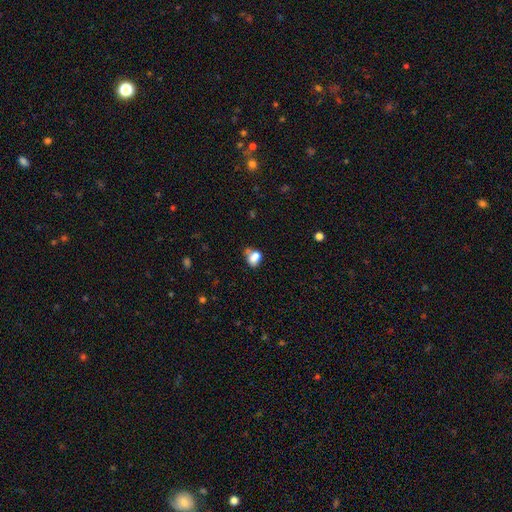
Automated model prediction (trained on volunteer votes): This appears to be a smooth galaxy with no disk features (76%) that is in between round and cigar-shaped (68%). Merging: none (35%).